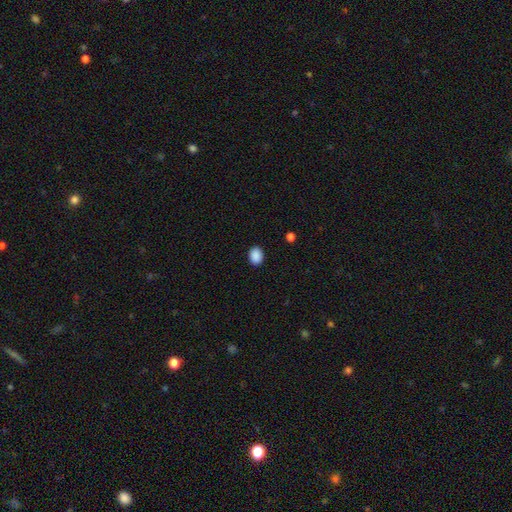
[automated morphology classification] This appears to be a smooth galaxy with no disk features (90%) that is in between round and cigar-shaped (64%). Merging: none (90%).